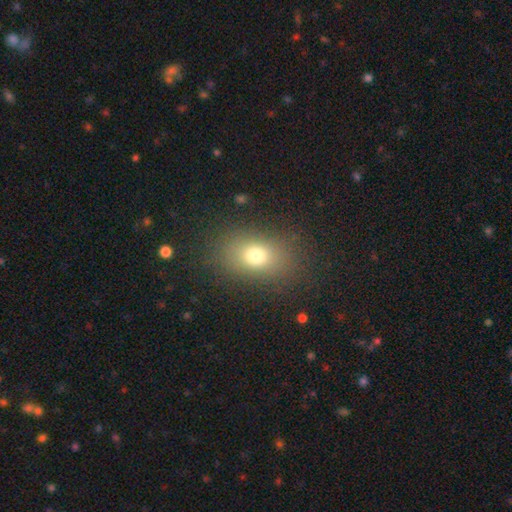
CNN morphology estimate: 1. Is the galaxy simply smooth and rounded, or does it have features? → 75% smooth, 13% star or artifact, 12% featured or disk.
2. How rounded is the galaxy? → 72% in between, 26% round, 2% cigar-shaped.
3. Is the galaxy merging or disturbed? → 83% none, 10% minor disturbance, 5% major disturbance, 1% merger.